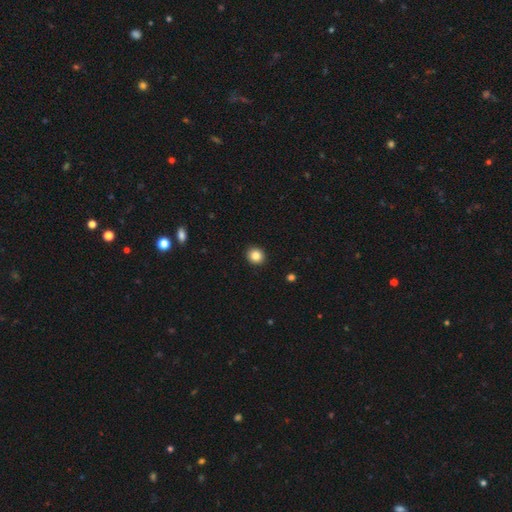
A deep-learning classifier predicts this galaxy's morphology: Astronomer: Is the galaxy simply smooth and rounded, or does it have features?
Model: smooth — 85%.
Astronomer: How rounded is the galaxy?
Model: round — 84%.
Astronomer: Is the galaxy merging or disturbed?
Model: none — 93%.